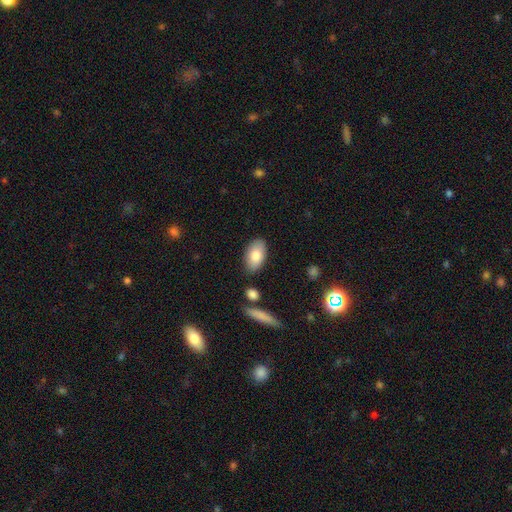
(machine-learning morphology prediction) The model was most divided on "smooth or featured": smooth: 80%, featured or disk: 13%, star or artifact: 6%. More confident: how rounded — in between (93%); merging — none (83%).